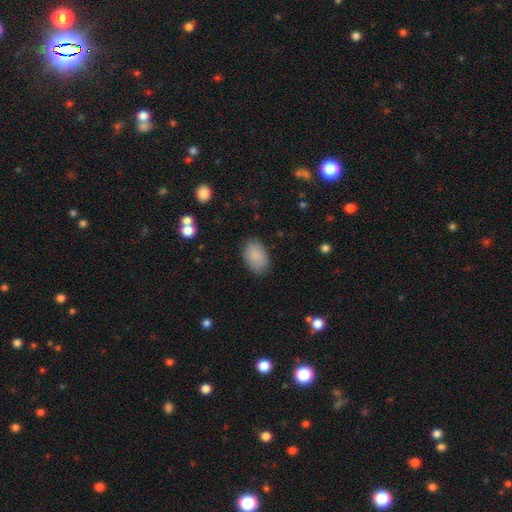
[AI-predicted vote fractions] This is clearly a smooth galaxy (87%). How rounded: clearly in between (89%). Merging: clearly none (83%).